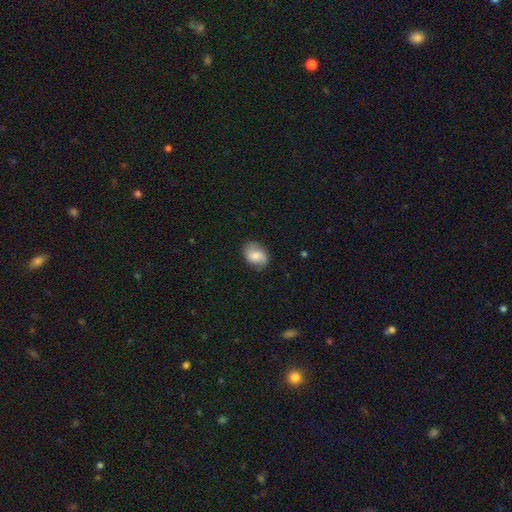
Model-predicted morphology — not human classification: Smooth or featured? smooth (61%)
How rounded? in between (71%)
Merging? none (77%)